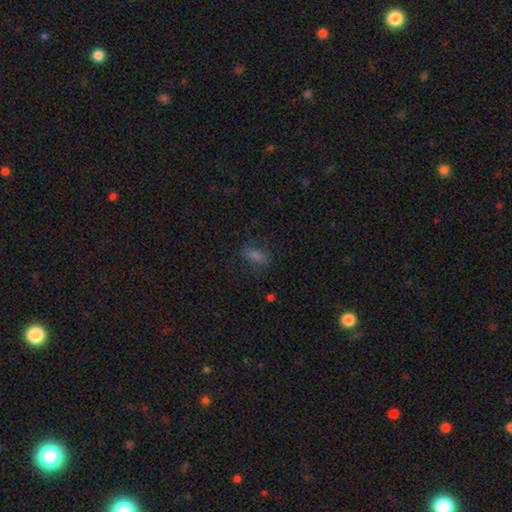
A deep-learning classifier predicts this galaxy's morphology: Smooth or featured?
  - smooth: 65% *
  - star or artifact: 23%
  - featured or disk: 12%
How rounded?
  - in between: 68% *
  - cigar-shaped: 24%
  - round: 7%
Merging?
  - none: 75% *
  - minor disturbance: 16%
  - major disturbance: 8%
  - merger: 2%